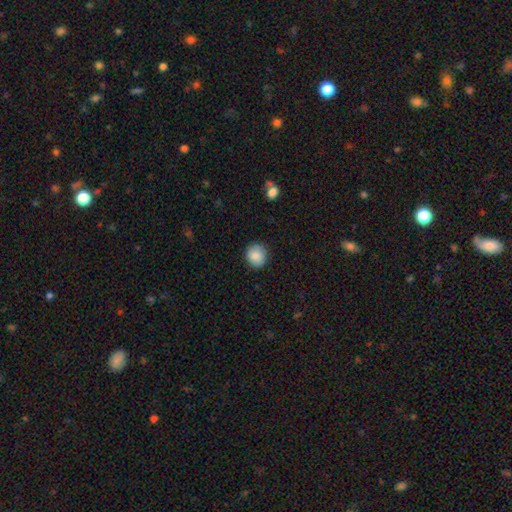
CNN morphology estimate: smooth 87%, star or artifact 8%, featured or disk 5%. Down the decision tree: how rounded — round (84%); merging — none (86%).